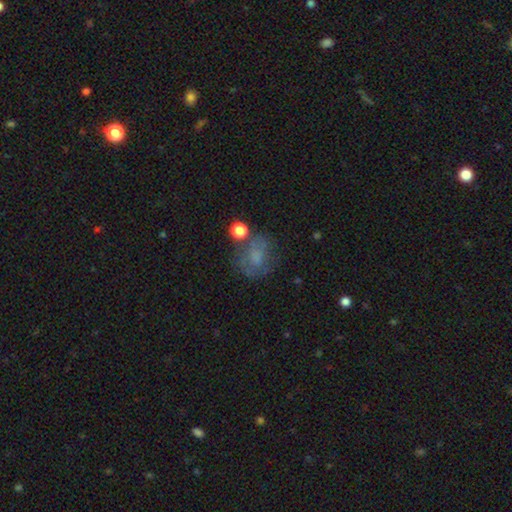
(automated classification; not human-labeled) This appears to be a smooth galaxy with no disk features (52%) that is round (60%). Merging: none (50%).